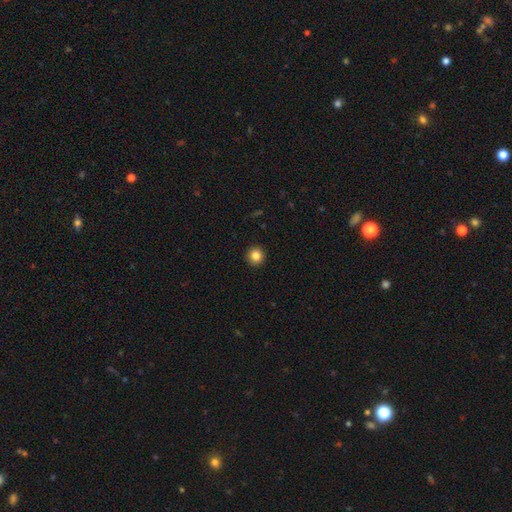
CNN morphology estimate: smooth_or_featured: smooth (p=0.84) [alt: star or artifact p=0.11]
how_rounded: round (p=0.94) [alt: in between p=0.05]
merging: none (p=0.93) [alt: minor disturbance p=0.04]